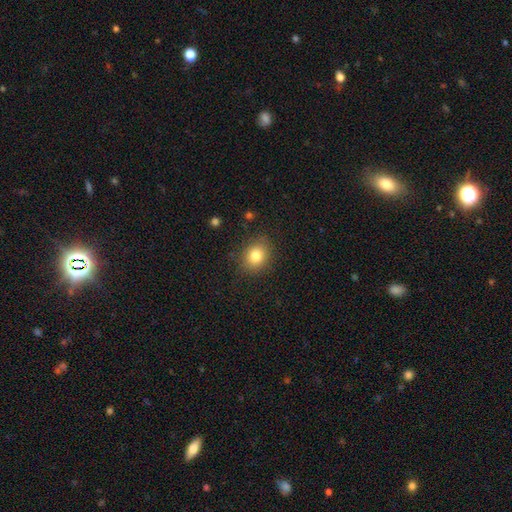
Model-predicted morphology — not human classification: This appears to be a smooth galaxy with no disk features (82%) that is round (60%). Merging: none (85%).